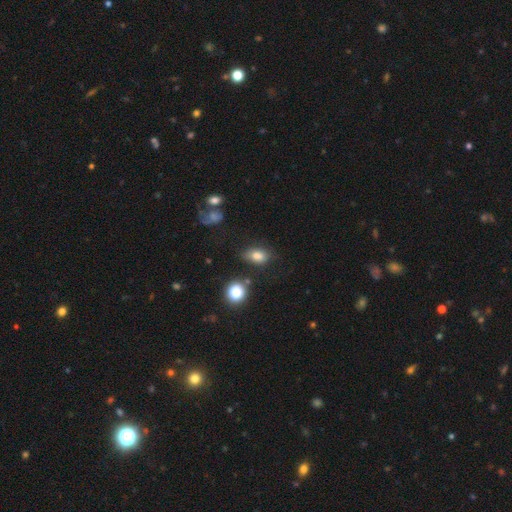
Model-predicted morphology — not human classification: A smooth galaxy with no disk features (80%) that is in between round and cigar-shaped (81%). Merging: none (66%).